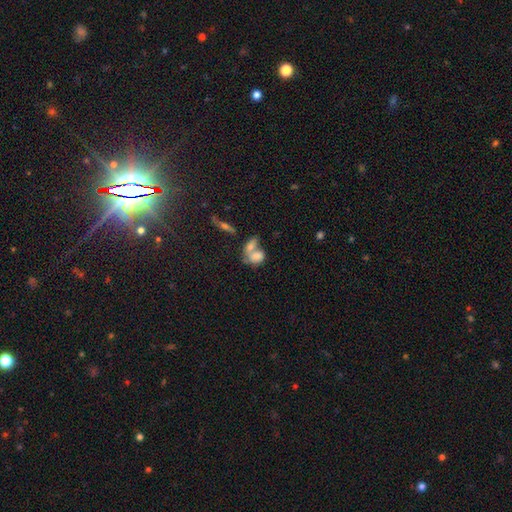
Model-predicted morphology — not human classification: Smooth or featured?
  - smooth: 67% *
  - featured or disk: 22%
  - star or artifact: 11%
How rounded?
  - in between: 73% *
  - round: 24%
  - cigar-shaped: 3%
Merging?
  - merger: 62% *
  - none: 20%
  - minor disturbance: 9%
  - major disturbance: 8%